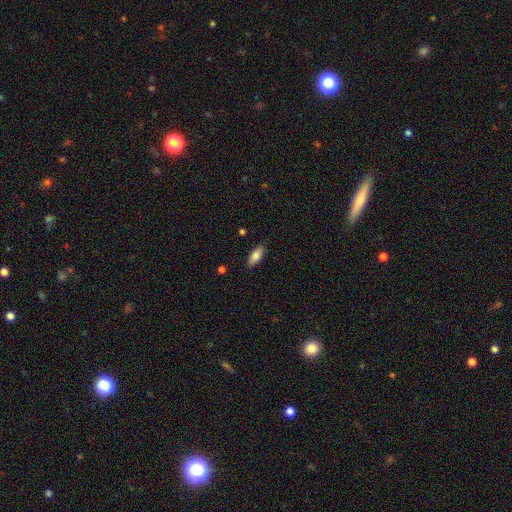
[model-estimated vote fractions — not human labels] smooth_or_featured: smooth (p=0.81) [alt: featured or disk p=0.13]
how_rounded: in between (p=0.78) [alt: cigar-shaped p=0.19]
merging: none (p=0.86) [alt: minor disturbance p=0.11]